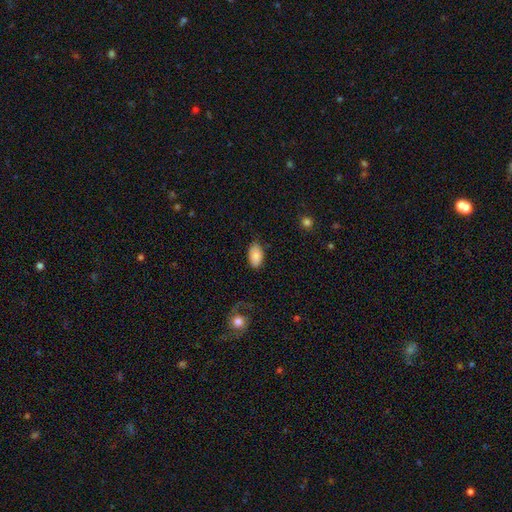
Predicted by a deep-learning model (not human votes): Smooth or featured? smooth (85%)
How rounded? in between (94%)
Merging? none (78%)